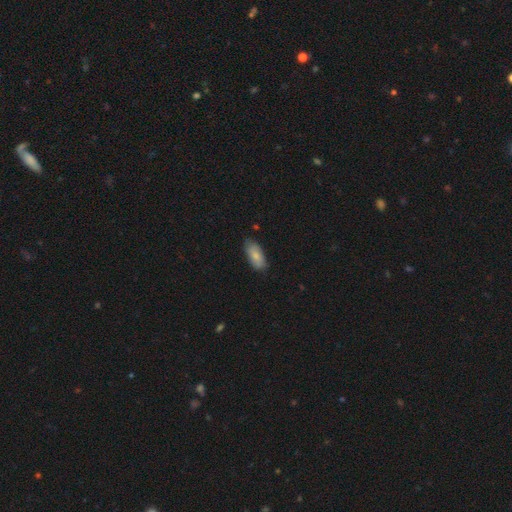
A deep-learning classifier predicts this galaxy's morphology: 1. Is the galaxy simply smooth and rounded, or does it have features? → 80% smooth, 14% featured or disk, 6% star or artifact.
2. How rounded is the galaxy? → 87% in between, 11% cigar-shaped, 2% round.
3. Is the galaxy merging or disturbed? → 79% none, 17% minor disturbance, 3% major disturbance, 1% merger.